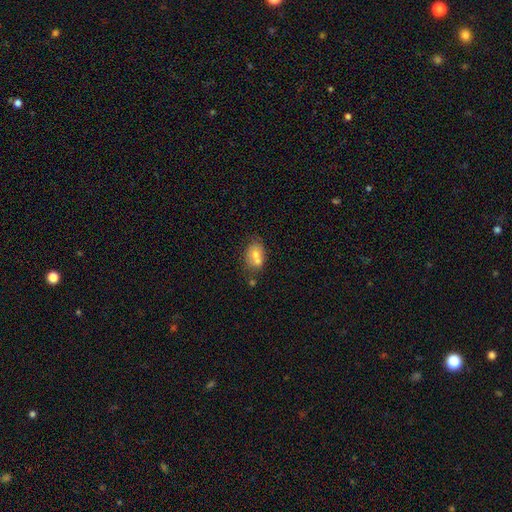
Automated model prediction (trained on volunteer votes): smooth 66%, featured or disk 25%, star or artifact 9%. Down the decision tree: how rounded — in between (75%); merging — merger (40%).